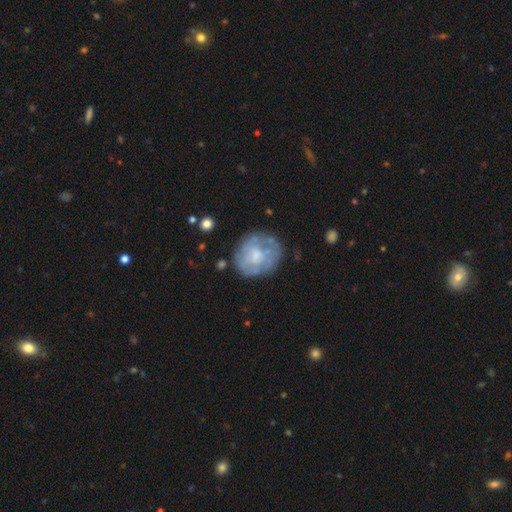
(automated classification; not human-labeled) Smooth or featured: featured or disk — 54% (smooth — 39%)
Edge-on disk: no — 98% (yes — 2%)
Bar: no — 77% (weak — 19%)
Spiral arms: no — 67% (yes — 33%)
Bulge size: moderate — 40% (small — 33%)
Merging: none — 64% (minor disturbance — 21%)